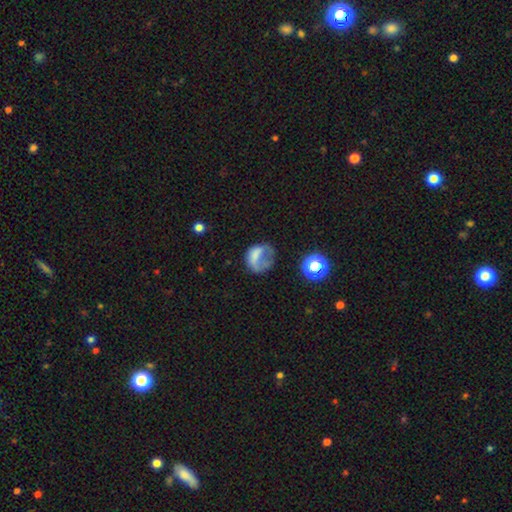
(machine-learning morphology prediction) A smooth galaxy with no disk features (54%) that is round (59%). Merging: major disturbance (43%).